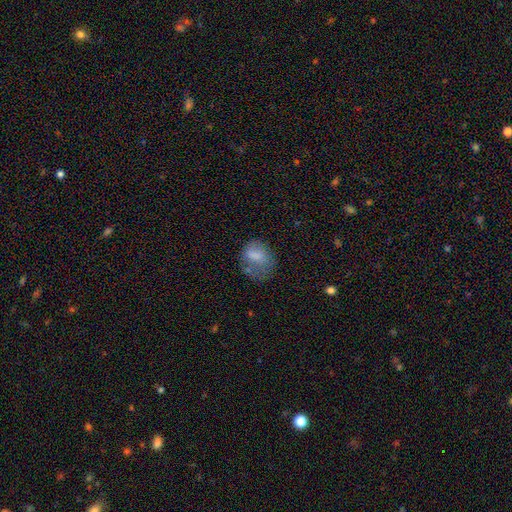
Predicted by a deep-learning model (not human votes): A smooth galaxy with no disk features (70%) that is in between round and cigar-shaped (54%).

Vote fractions:
- Smooth or featured? smooth: 70% / featured or disk: 20% / star or artifact: 10%
- How rounded? in between: 54% / round: 45% / cigar-shaped: 1%
- Merging? none: 36% / major disturbance: 31% / minor disturbance: 28% / merger: 5%